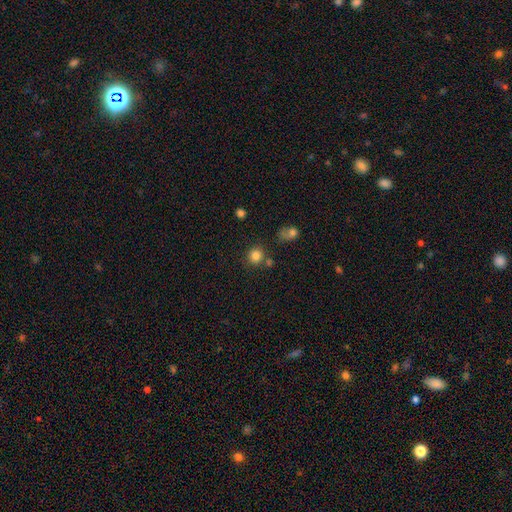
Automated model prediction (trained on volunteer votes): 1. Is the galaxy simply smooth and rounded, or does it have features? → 82% smooth, 12% star or artifact, 6% featured or disk.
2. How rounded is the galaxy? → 89% round, 10% in between, 1% cigar-shaped.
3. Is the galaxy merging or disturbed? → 72% none, 13% merger, 11% minor disturbance, 5% major disturbance.